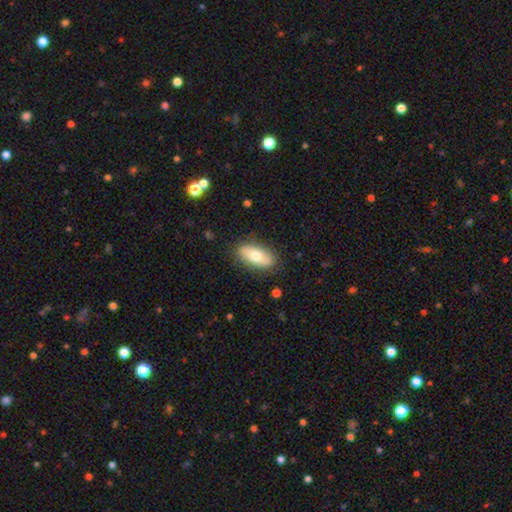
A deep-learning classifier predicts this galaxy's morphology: Smooth or featured? Predicted: smooth (p=0.69). How rounded? Predicted: in between (p=0.90). Merging? Predicted: none (p=0.84).